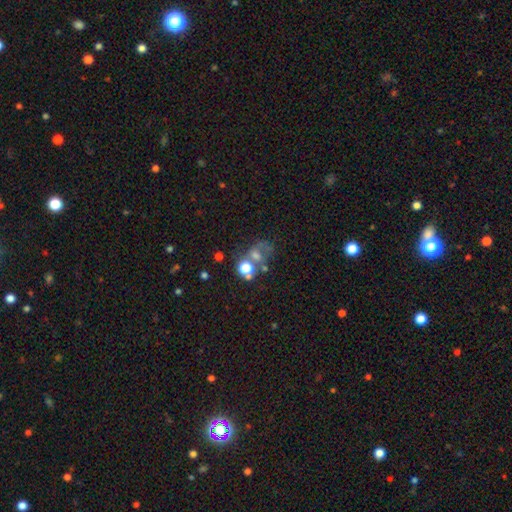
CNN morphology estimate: Overall: star or artifact (42%; smooth 39%).